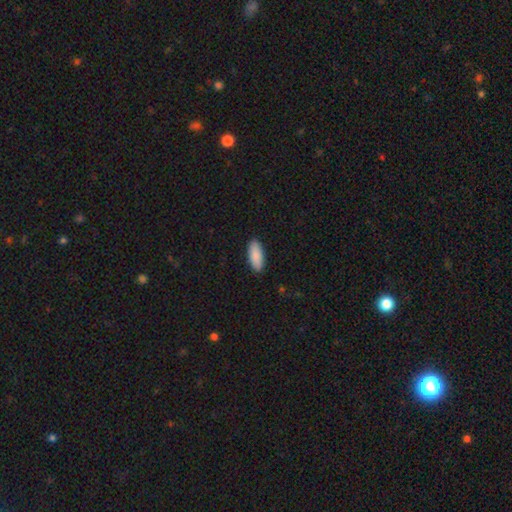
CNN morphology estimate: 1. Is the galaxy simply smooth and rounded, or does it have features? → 90% smooth, 6% star or artifact, 4% featured or disk.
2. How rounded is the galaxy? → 81% in between, 17% cigar-shaped, 2% round.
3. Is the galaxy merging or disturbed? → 90% none, 7% minor disturbance, 2% major disturbance, 1% merger.